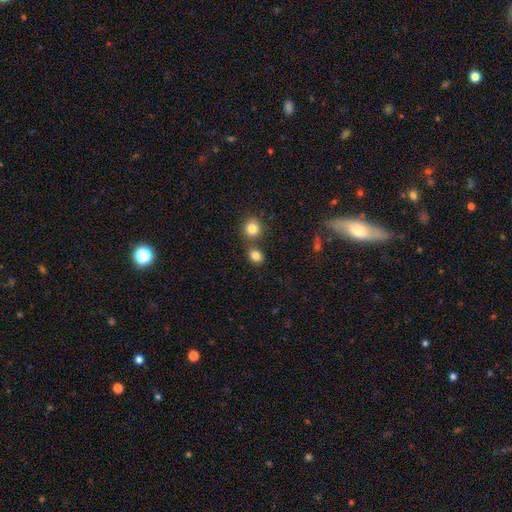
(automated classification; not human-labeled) smooth 83%, star or artifact 11%, featured or disk 6%. Down the decision tree: how rounded — round (56%); merging — none (61%).